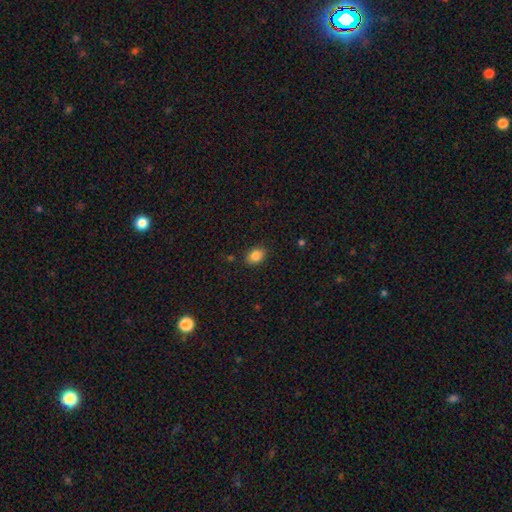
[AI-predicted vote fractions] Smooth or featured? smooth (85%)
How rounded? in between (75%)
Merging? none (86%)